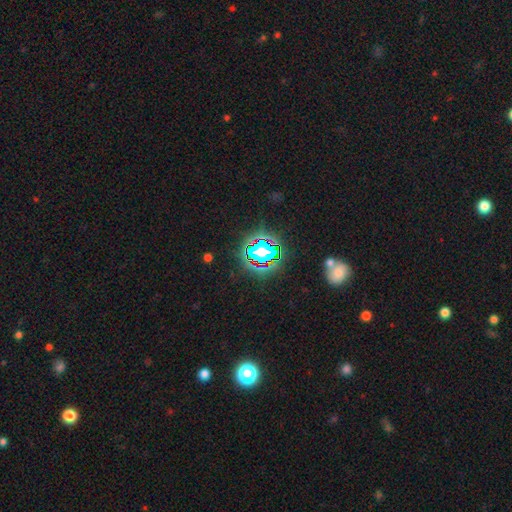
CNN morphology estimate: The model was most divided on "smooth or featured": star or artifact: 71%, smooth: 17%, featured or disk: 12%.